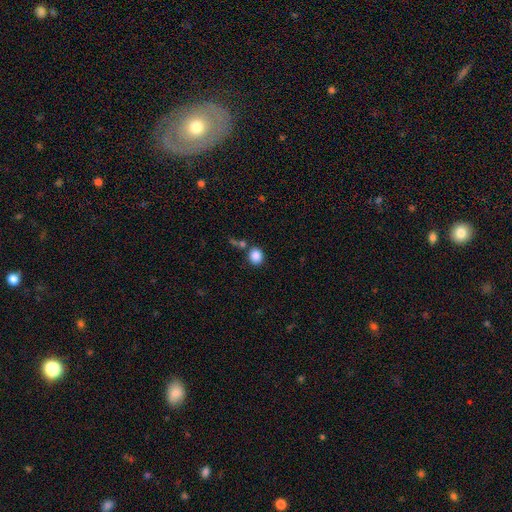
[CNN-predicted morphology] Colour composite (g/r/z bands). It shows a smooth galaxy with no disk features (87%) that is round (78%). Merging: none (76%).